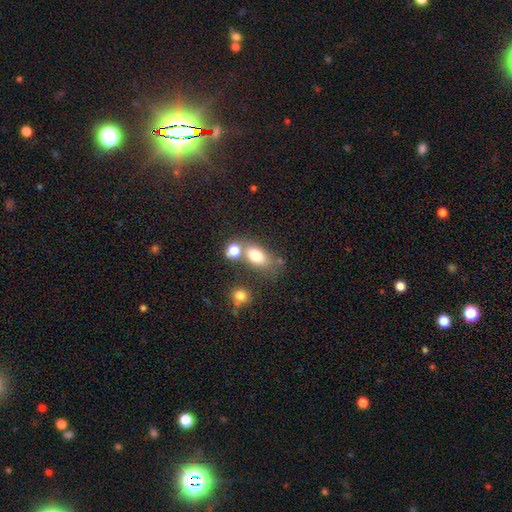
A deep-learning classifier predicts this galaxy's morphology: Smooth or featured?
  - smooth: 76% *
  - featured or disk: 13%
  - star or artifact: 11%
How rounded?
  - in between: 79% *
  - round: 18%
  - cigar-shaped: 4%
Merging?
  - none: 48% *
  - merger: 30%
  - minor disturbance: 14%
  - major disturbance: 8%